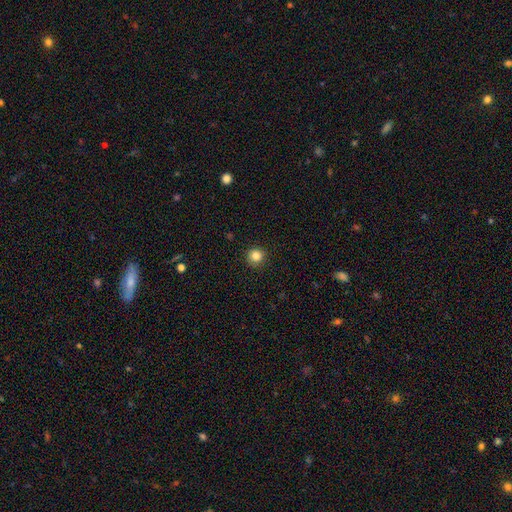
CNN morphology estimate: Q: Smooth or featured?
A: smooth (84%); runner-up: star or artifact (11%)
Q: How rounded?
A: round (94%); runner-up: in between (5%)
Q: Merging?
A: none (92%); runner-up: minor disturbance (6%)